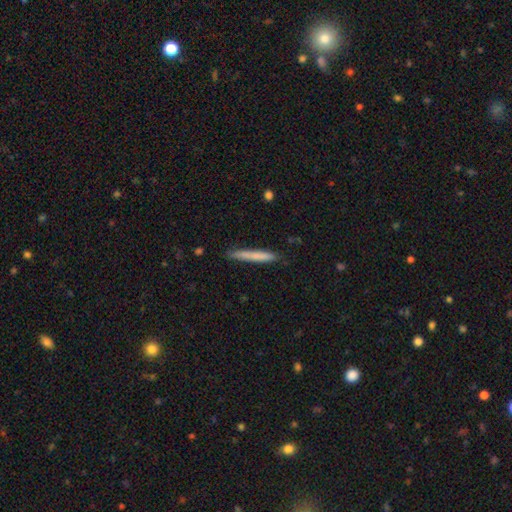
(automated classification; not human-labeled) Smooth or featured? Predicted: smooth (p=0.73). How rounded? Predicted: cigar-shaped (p=0.96). Merging? Predicted: none (p=0.85).